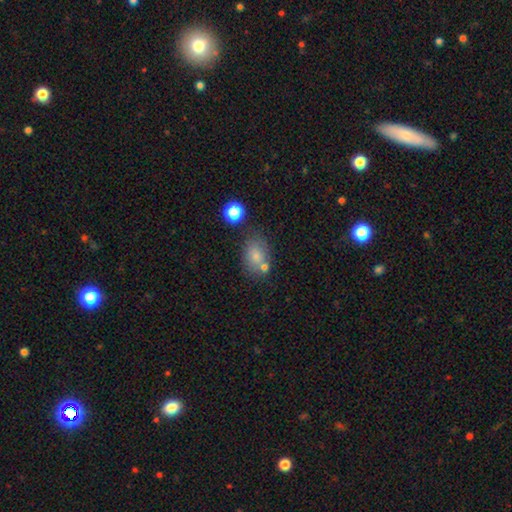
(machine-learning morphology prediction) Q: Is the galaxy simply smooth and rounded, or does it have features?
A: smooth — 76%.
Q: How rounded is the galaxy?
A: in between — 77%.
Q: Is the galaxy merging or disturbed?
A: none — 58%.